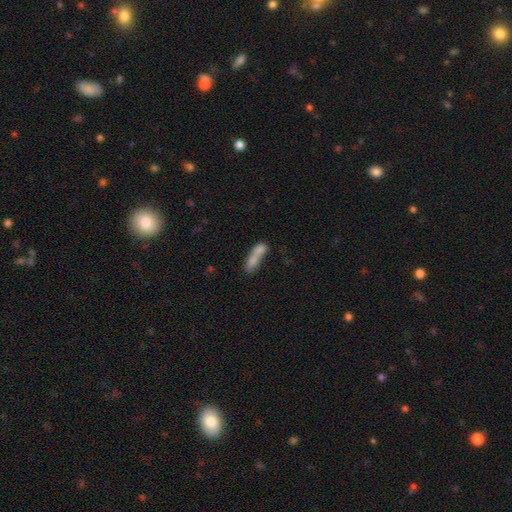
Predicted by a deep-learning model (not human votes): Smooth or featured: smooth — 70% (featured or disk — 20%)
How rounded: cigar-shaped — 49% (in between — 46%)
Merging: merger — 58% (none — 24%)